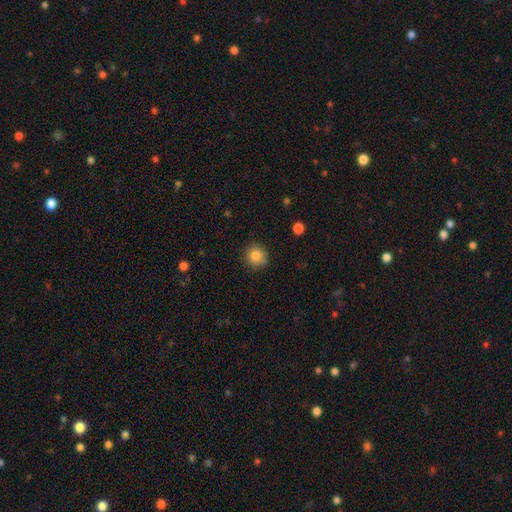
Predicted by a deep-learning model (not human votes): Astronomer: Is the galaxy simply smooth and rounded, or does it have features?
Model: smooth — 84%.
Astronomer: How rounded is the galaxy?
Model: round — 92%.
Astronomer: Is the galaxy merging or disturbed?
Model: none — 84%.